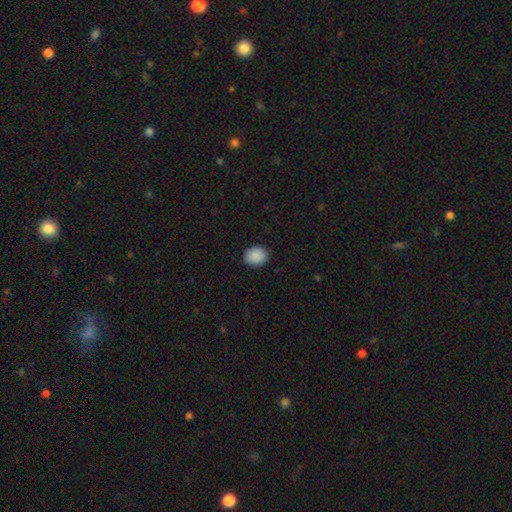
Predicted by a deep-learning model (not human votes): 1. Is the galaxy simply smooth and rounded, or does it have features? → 89% smooth, 8% star or artifact, 3% featured or disk.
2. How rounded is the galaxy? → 54% round, 45% in between, 1% cigar-shaped.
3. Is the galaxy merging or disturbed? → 89% none, 9% minor disturbance, 2% major disturbance, 1% merger.